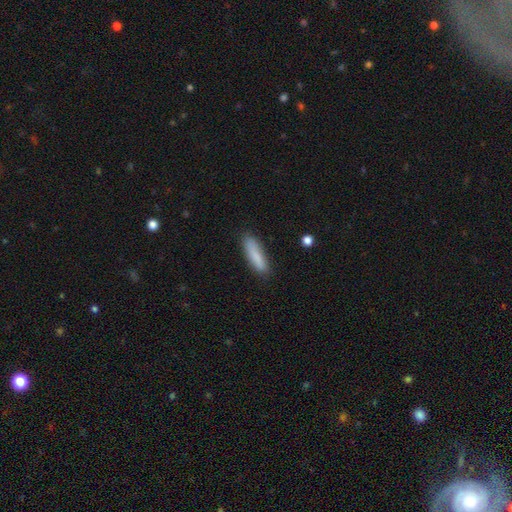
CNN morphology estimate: smooth-or-featured: smooth: 85% | featured or disk: 8% | star or artifact: 7%
  how-rounded: cigar-shaped: 69% | in between: 30% | round: 1%
  merging: none: 83% | minor disturbance: 13% | major disturbance: 3% | merger: 2%